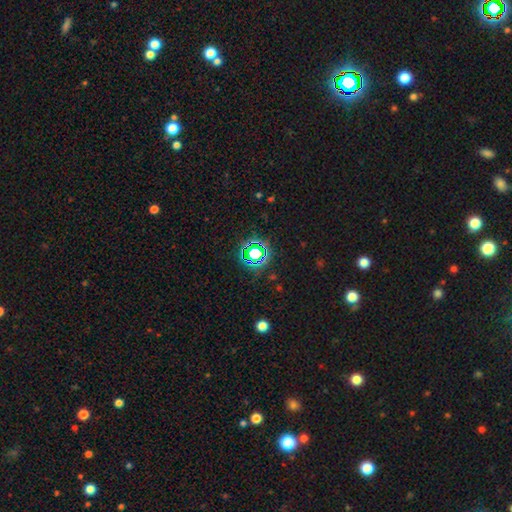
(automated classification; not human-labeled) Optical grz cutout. It shows a star or artifact, not a galaxy (69%).